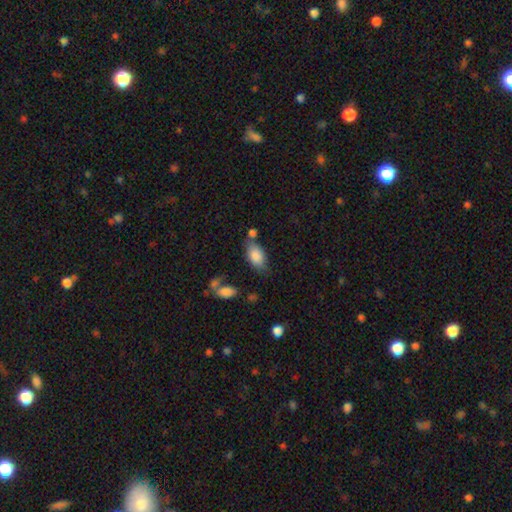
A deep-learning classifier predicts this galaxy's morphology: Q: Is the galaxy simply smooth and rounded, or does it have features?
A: smooth — 86%.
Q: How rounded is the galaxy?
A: in between — 92%.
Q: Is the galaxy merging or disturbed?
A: none — 61%.